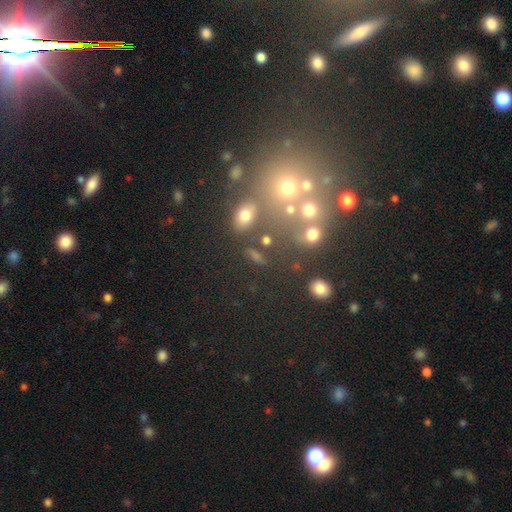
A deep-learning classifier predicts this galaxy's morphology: A smooth galaxy with no disk features (57%) that is in between round and cigar-shaped (68%).

Vote fractions:
- Smooth or featured? smooth: 57% / star or artifact: 24% / featured or disk: 19%
- How rounded? in between: 68% / round: 25% / cigar-shaped: 7%
- Merging? none: 66% / merger: 14% / minor disturbance: 13% / major disturbance: 7%